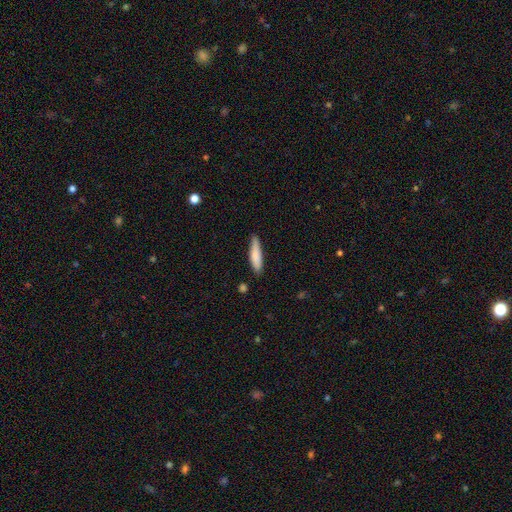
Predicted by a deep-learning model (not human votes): Q: Smooth or featured?
A: smooth (80%); runner-up: featured or disk (14%)
Q: How rounded?
A: cigar-shaped (78%); runner-up: in between (20%)
Q: Merging?
A: none (80%); runner-up: minor disturbance (16%)